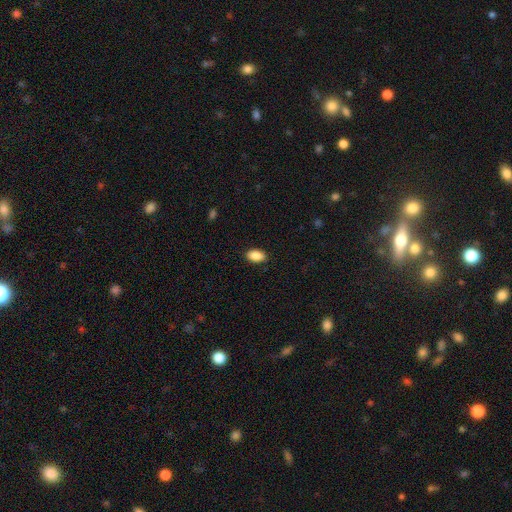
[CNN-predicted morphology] smooth-or-featured: smooth: 90% | star or artifact: 7% | featured or disk: 3%
  how-rounded: in between: 93% | round: 5% | cigar-shaped: 2%
  merging: none: 88% | minor disturbance: 9% | major disturbance: 2% | merger: 1%